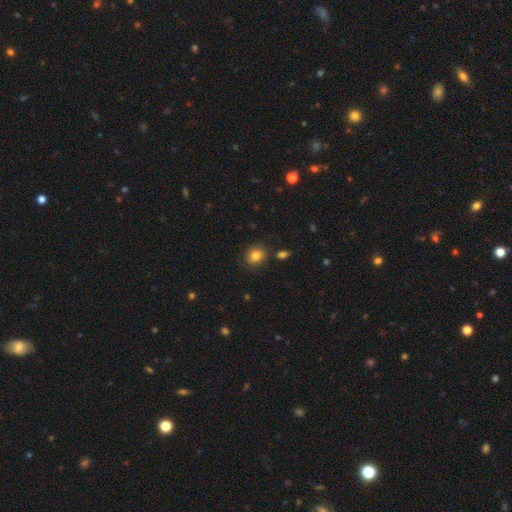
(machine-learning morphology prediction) The model was most divided on "how rounded": round: 73%, in between: 26%, cigar-shaped: 1%. More confident: merging — none (84%); smooth or featured — smooth (82%).